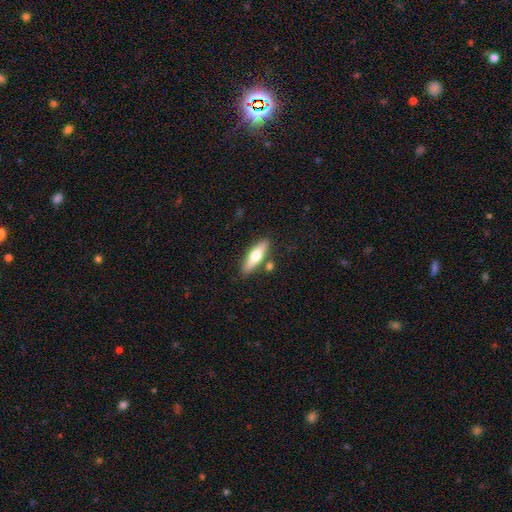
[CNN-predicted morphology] type=smooth (54%); roundness=cigar-shaped (60%); merging=none (80%).